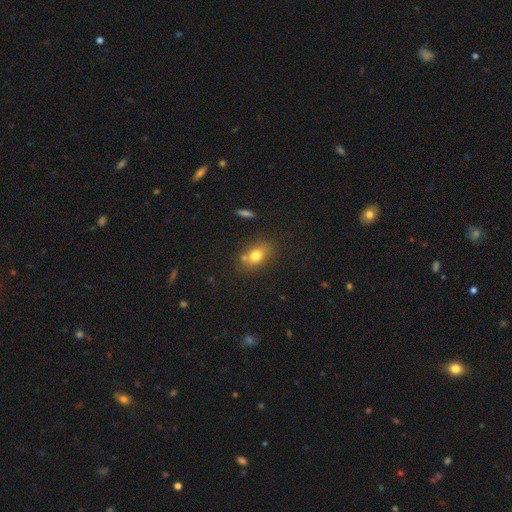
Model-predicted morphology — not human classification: Smooth or featured? Predicted: smooth (p=0.75). How rounded? Predicted: in between (p=0.70). Merging? Predicted: none (p=0.70).